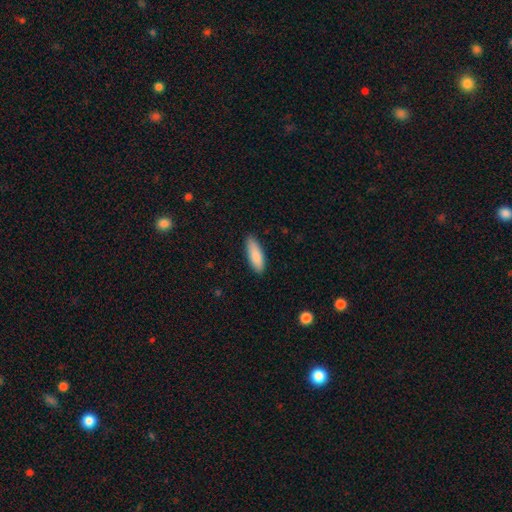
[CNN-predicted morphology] smooth 89%, featured or disk 6%, star or artifact 5%. Down the decision tree: how rounded — in between (62%); merging — none (86%).